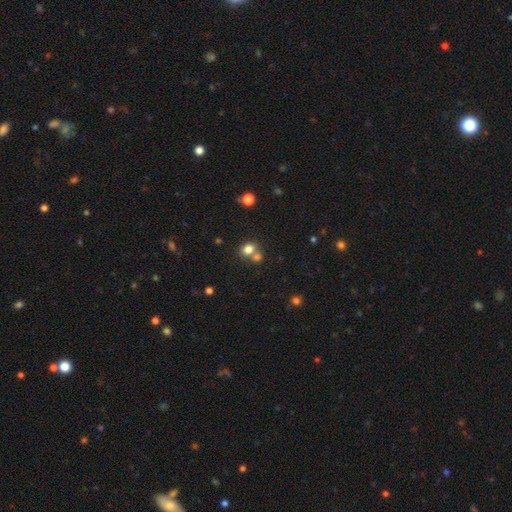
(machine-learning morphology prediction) Q: Smooth or featured?
A: smooth (56%); runner-up: star or artifact (34%)
Q: How rounded?
A: round (83%); runner-up: in between (15%)
Q: Merging?
A: none (62%); runner-up: merger (25%)